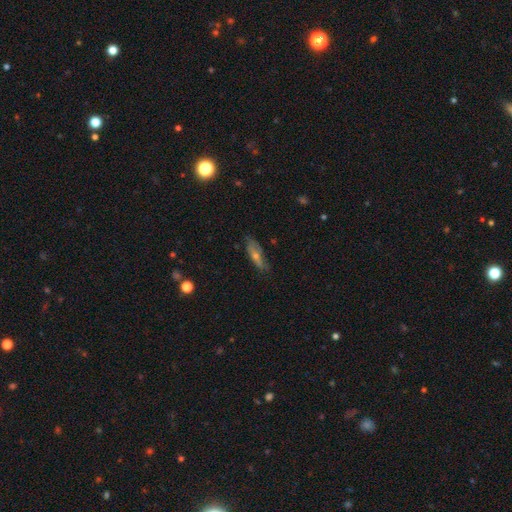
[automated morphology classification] Q: Smooth or featured?
A: featured or disk (49%); runner-up: smooth (38%)
Q: Merging?
A: none (70%); runner-up: minor disturbance (21%)